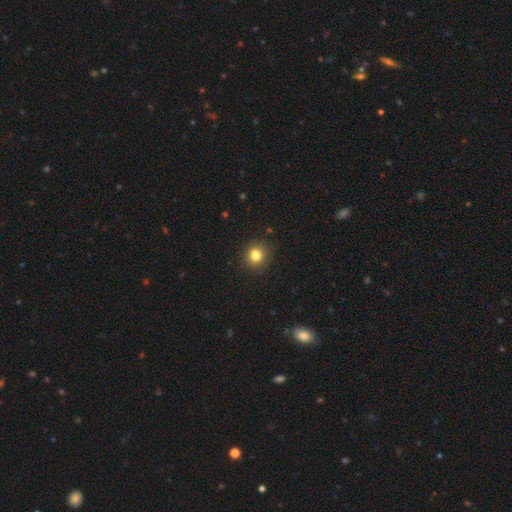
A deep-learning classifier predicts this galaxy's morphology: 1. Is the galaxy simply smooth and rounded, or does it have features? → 82% smooth, 12% star or artifact, 6% featured or disk.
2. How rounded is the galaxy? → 81% round, 18% in between, 1% cigar-shaped.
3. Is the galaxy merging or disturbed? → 88% none, 9% minor disturbance, 2% major disturbance, 1% merger.